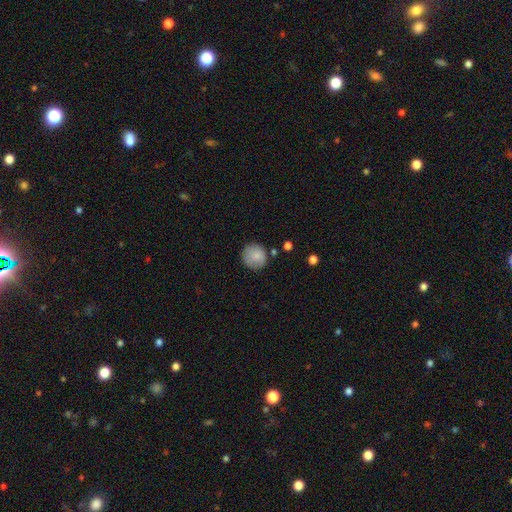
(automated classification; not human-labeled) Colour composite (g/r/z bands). It shows a smooth galaxy with no disk features (85%) that is round (91%). Merging: none (81%).